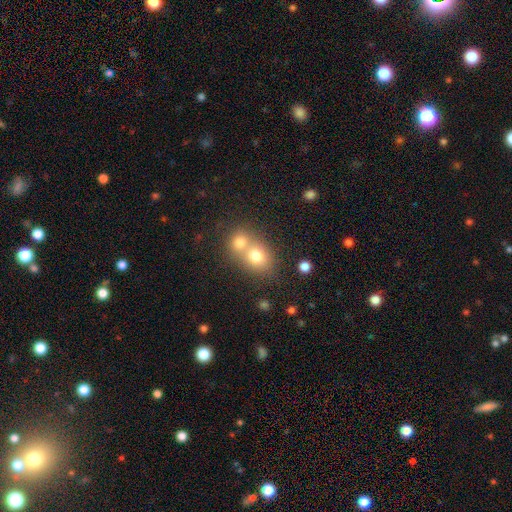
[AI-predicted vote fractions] This appears to be a smooth galaxy with no disk features (75%) that is round (61%). Merging: merger (61%).